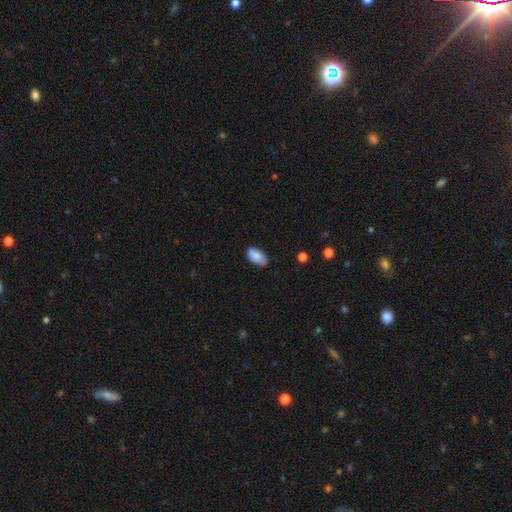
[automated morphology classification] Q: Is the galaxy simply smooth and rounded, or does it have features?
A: smooth — 87%.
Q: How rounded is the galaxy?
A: in between — 95%.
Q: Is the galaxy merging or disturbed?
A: none — 75%.